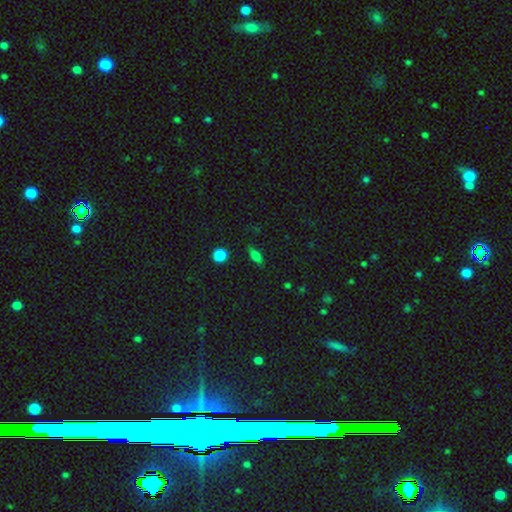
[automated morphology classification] smooth 70%, featured or disk 18%, star or artifact 12%. Down the decision tree: how rounded — in between (66%); merging — none (80%).